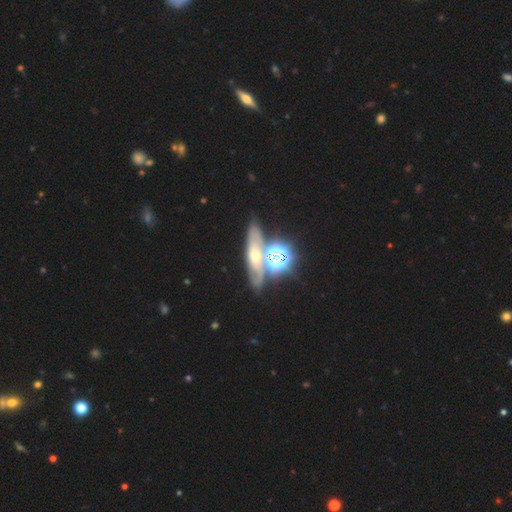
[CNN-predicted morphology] This is marginally a star or artifact rather than a galaxy (40%).